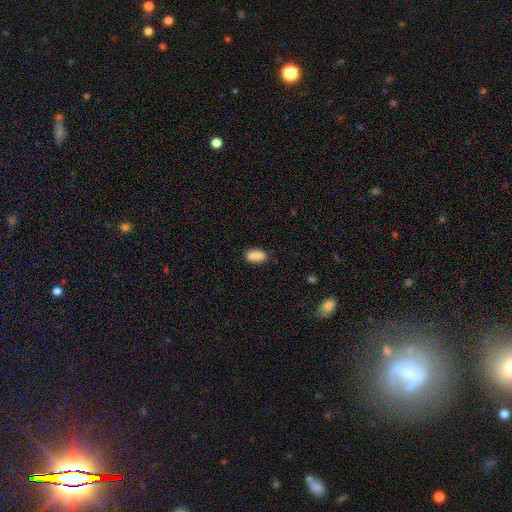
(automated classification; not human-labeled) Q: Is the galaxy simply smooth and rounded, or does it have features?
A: smooth — 89%.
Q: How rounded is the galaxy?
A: in between — 89%.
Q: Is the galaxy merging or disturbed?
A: none — 83%.